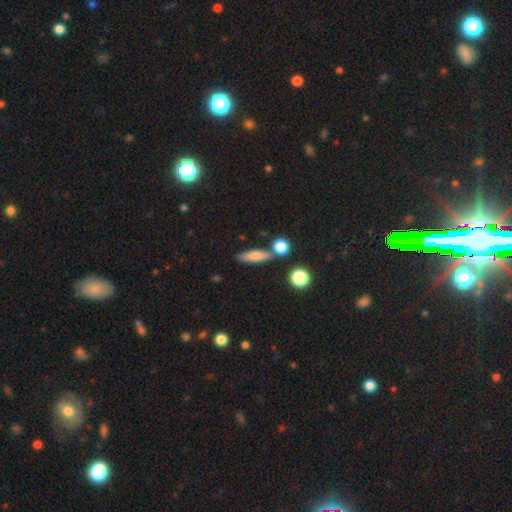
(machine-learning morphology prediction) A smooth galaxy with no disk features (75%) that is cigar-shaped (55%). Merging: none (72%).